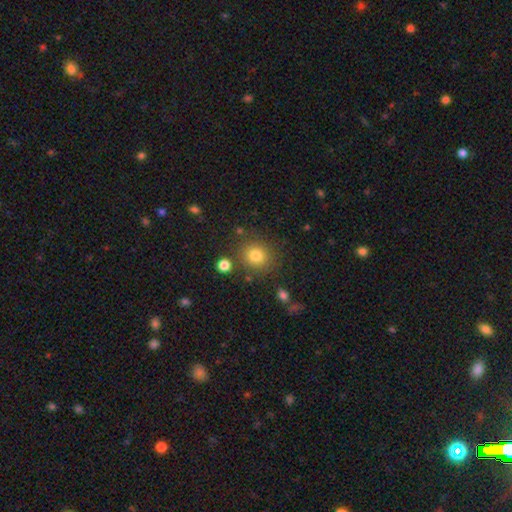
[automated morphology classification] smooth 80%, star or artifact 12%, featured or disk 7%. Down the decision tree: how rounded — round (85%); merging — none (82%).